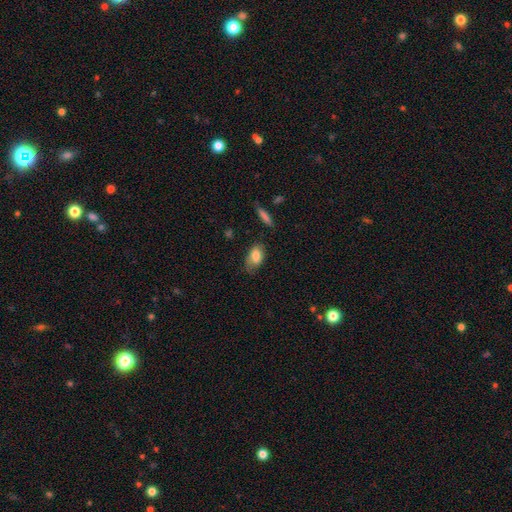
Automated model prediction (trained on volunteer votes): Overall: smooth (79%). How rounded: in between (91%). Merging: none (65%; minor disturbance 26%).